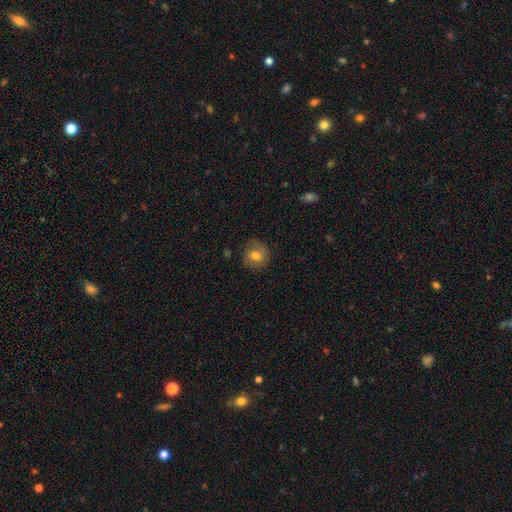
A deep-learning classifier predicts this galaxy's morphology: Smooth or featured?
  - smooth: 66% *
  - featured or disk: 25%
  - star or artifact: 9%
How rounded?
  - round: 83% *
  - in between: 16%
  - cigar-shaped: 1%
Merging?
  - none: 81% *
  - minor disturbance: 14%
  - major disturbance: 4%
  - merger: 1%